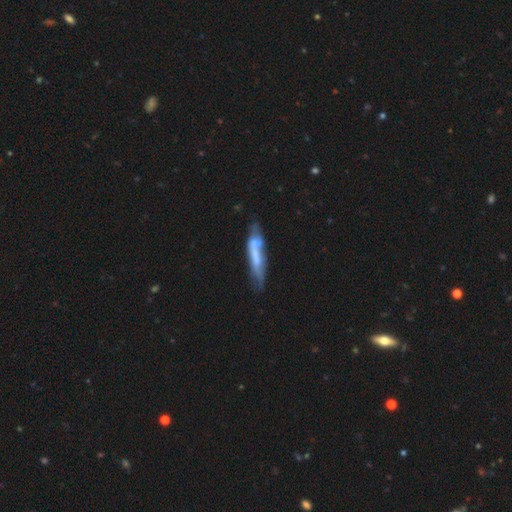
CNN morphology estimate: Q: Smooth or featured?
A: featured or disk (47%); runner-up: smooth (46%)
Q: Merging?
A: none (41%); runner-up: minor disturbance (25%)